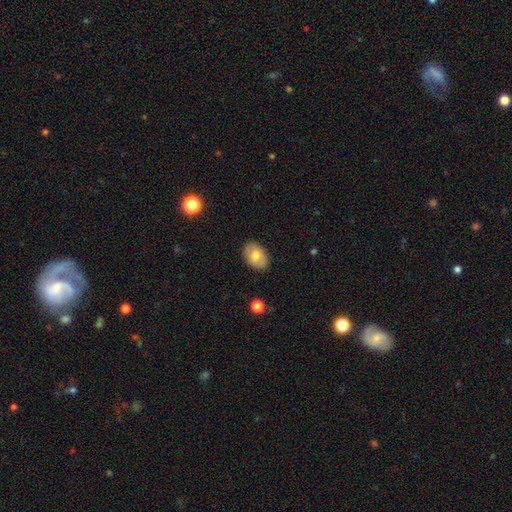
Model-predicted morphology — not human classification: Q: Smooth or featured?
A: smooth (73%); runner-up: featured or disk (20%)
Q: How rounded?
A: in between (85%); runner-up: round (14%)
Q: Merging?
A: none (86%); runner-up: minor disturbance (10%)